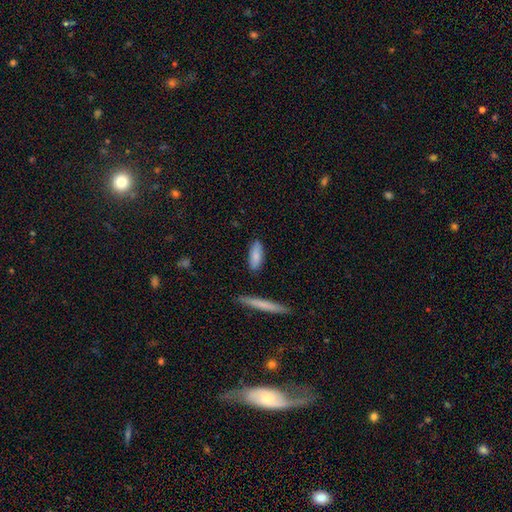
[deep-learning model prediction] smooth_or_featured: smooth (p=0.80) [alt: featured or disk p=0.14]
how_rounded: in between (p=0.67) [alt: cigar-shaped p=0.31]
merging: none (p=0.81) [alt: minor disturbance p=0.13]